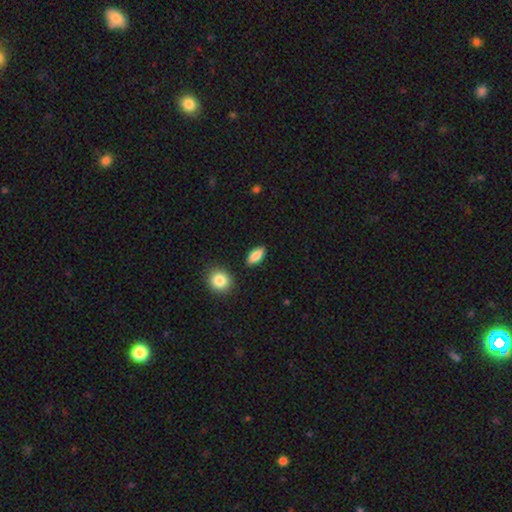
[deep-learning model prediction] A smooth galaxy with no disk features (82%) that is in between round and cigar-shaped (80%). Merging: none (87%).